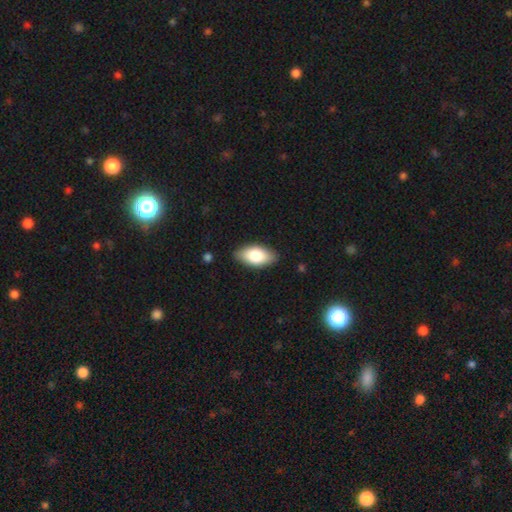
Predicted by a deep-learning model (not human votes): A smooth galaxy with no disk features (79%) that is in between round and cigar-shaped (93%). Merging: none (85%).